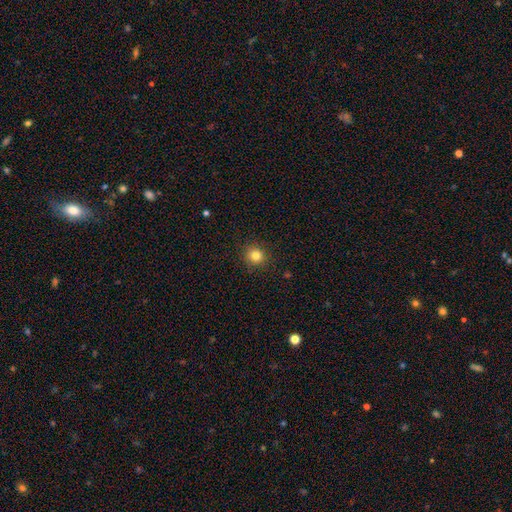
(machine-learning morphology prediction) Q: Smooth or featured?
A: smooth (81%); runner-up: star or artifact (13%)
Q: How rounded?
A: round (90%); runner-up: in between (9%)
Q: Merging?
A: none (91%); runner-up: minor disturbance (6%)